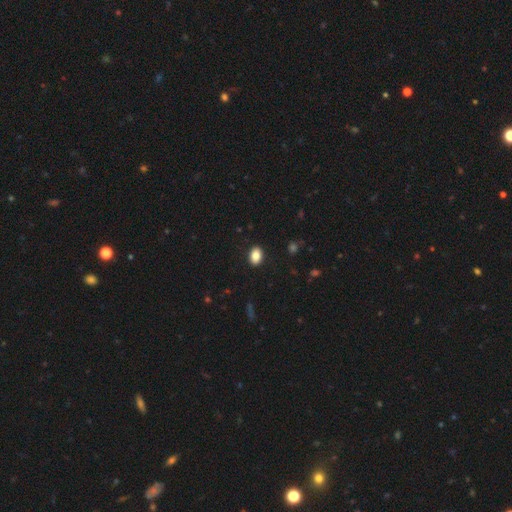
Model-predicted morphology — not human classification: smooth_or_featured: smooth (p=0.86) [alt: star or artifact p=0.08]
how_rounded: in between (p=0.83) [alt: round p=0.16]
merging: none (p=0.90) [alt: minor disturbance p=0.07]